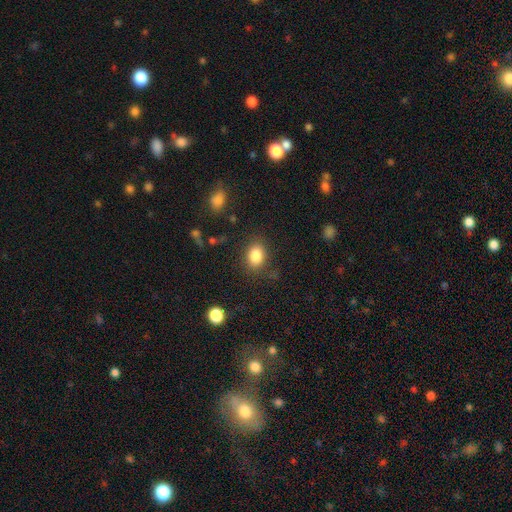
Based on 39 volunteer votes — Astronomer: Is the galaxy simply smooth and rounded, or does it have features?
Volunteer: smooth — 92%.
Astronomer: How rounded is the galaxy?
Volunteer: in between — 64%.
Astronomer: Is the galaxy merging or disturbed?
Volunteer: none — 89%.